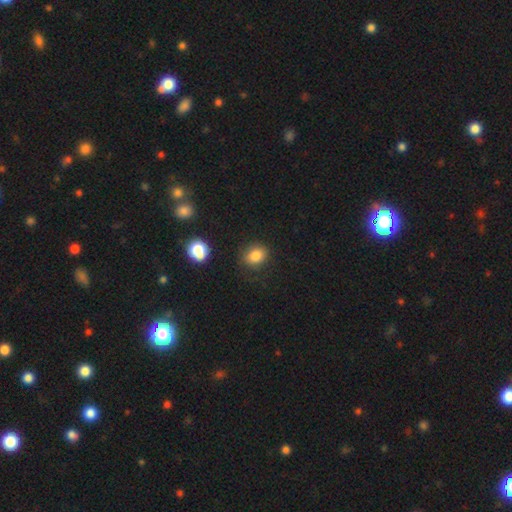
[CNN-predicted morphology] smooth-or-featured: smooth: 83% | star or artifact: 11% | featured or disk: 6%
  how-rounded: round: 57% | in between: 42% | cigar-shaped: 1%
  merging: none: 80% | minor disturbance: 13% | major disturbance: 4% | merger: 2%